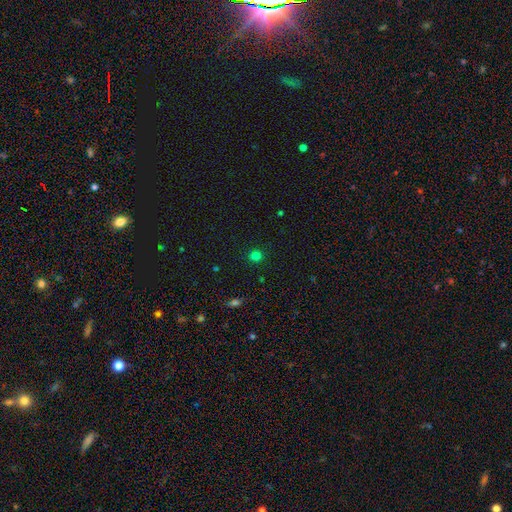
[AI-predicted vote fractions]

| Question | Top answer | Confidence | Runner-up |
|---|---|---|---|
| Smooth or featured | smooth | 78% | star or artifact (18%) |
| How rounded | round | 91% | in between (8%) |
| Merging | none | 91% | minor disturbance (6%) |